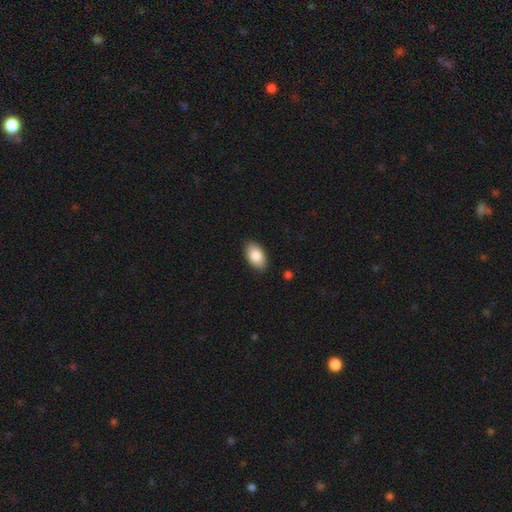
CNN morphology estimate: Smooth or featured: smooth — 85% (featured or disk — 8%)
How rounded: in between — 94% (round — 4%)
Merging: none — 88% (minor disturbance — 9%)